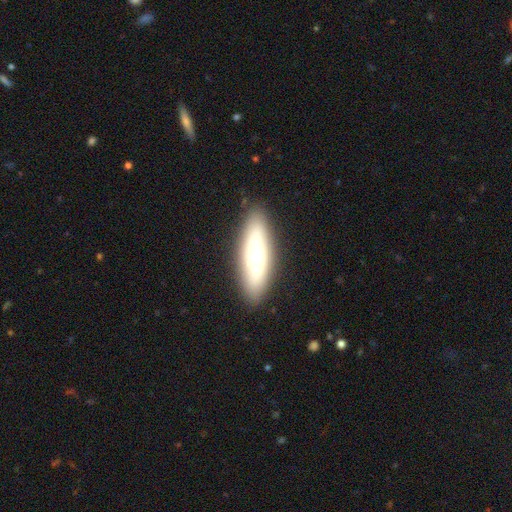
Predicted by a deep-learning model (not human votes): Smooth or featured? Predicted: smooth (p=0.51). How rounded? Predicted: cigar-shaped (p=0.53). Merging? Predicted: none (p=0.87).